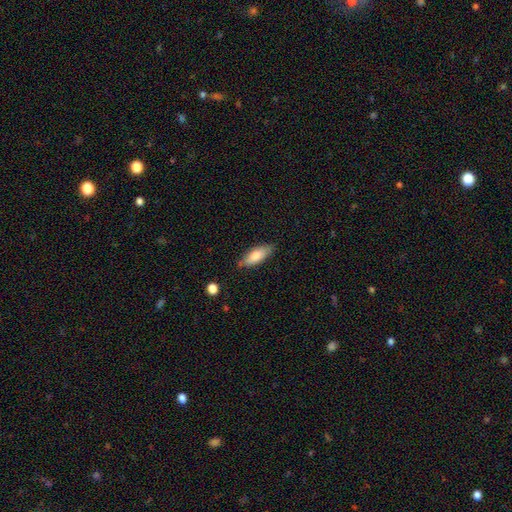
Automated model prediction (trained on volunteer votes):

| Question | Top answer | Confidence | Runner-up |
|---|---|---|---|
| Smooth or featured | smooth | 74% | featured or disk (19%) |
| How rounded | in between | 68% | cigar-shaped (30%) |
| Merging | none | 77% | minor disturbance (18%) |